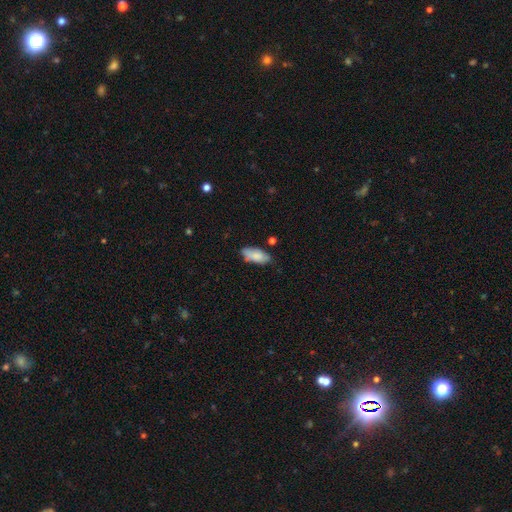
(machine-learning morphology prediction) Smooth or featured? smooth (82%)
How rounded? in between (86%)
Merging? none (71%)